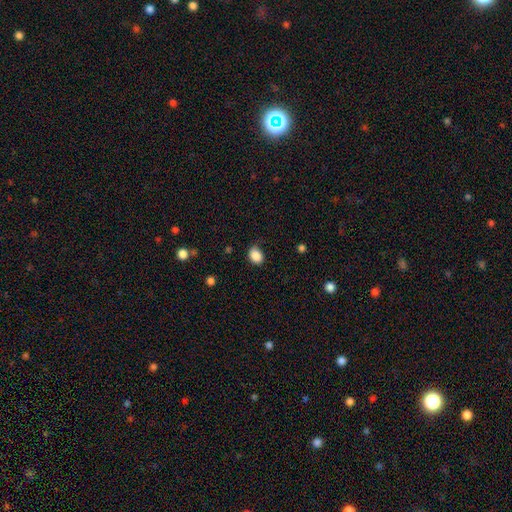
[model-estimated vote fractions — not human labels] Q: Smooth or featured?
A: smooth (87%); runner-up: star or artifact (9%)
Q: How rounded?
A: in between (59%); runner-up: round (40%)
Q: Merging?
A: none (71%); runner-up: minor disturbance (23%)